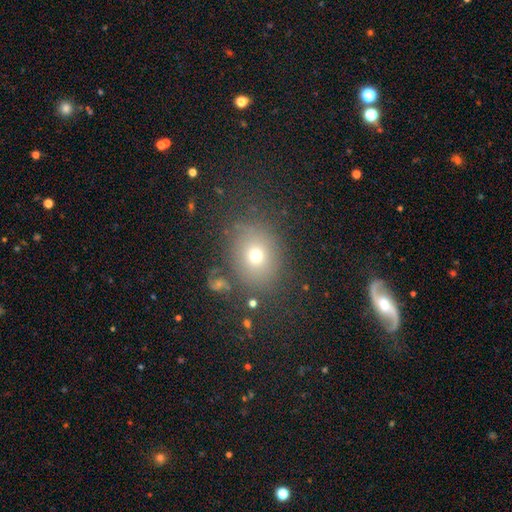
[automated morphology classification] A smooth galaxy with no disk features (68%) that is round (52%). Merging: none (78%).